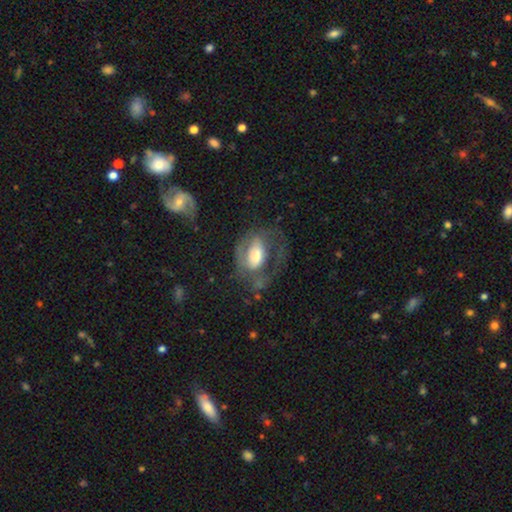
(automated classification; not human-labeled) smooth-or-featured: featured or disk: 58% | smooth: 35% | star or artifact: 8%
  disk-edge-on: no: 94% | yes: 6%
    bar: no: 42% | weak: 34% | strong: 23%
    has-spiral-arms: yes: 64% | no: 36%
    bulge-size: large: 39% | moderate: 37% | small: 13% | dominant: 6% | none: 4%
  merging: major disturbance: 39% | none: 37% | minor disturbance: 21% | merger: 3%